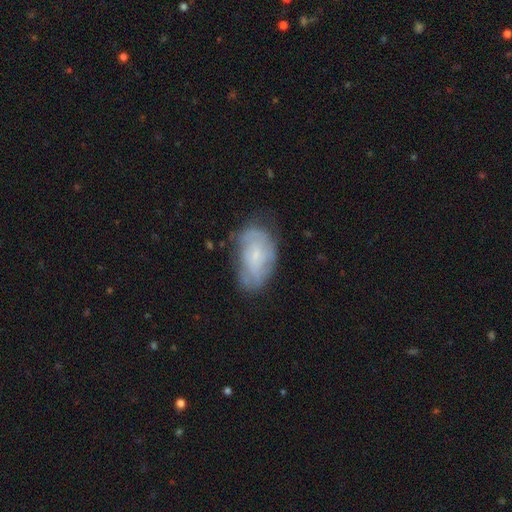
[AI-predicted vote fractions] This appears to be a featured or disk galaxy (54%) with no bar (70%), spiral arms (73%) and a small central bulge (69%). Merging: none (59%).